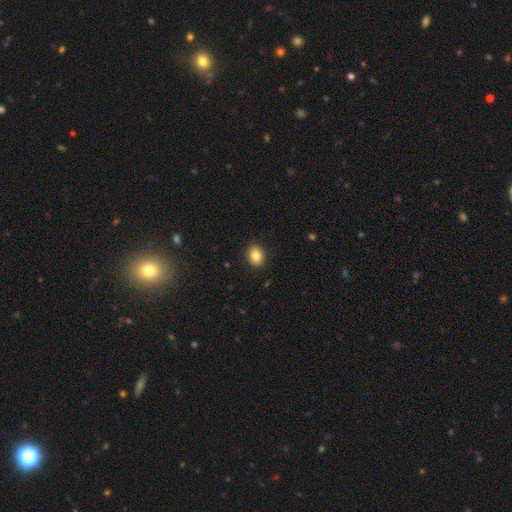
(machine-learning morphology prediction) type=smooth (83%); roundness=round (55%); merging=none (91%).